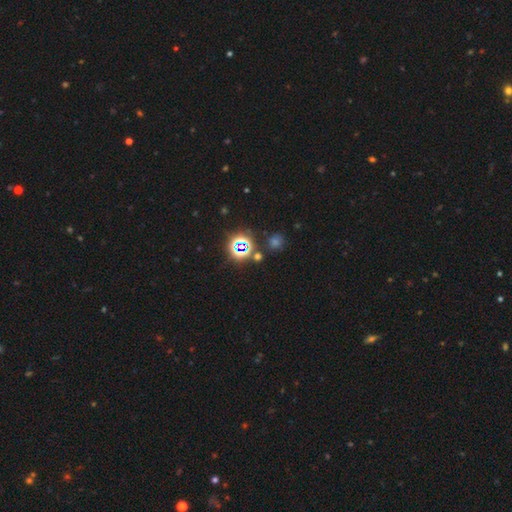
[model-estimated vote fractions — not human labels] star or artifact 67%, smooth 25%, featured or disk 8%.